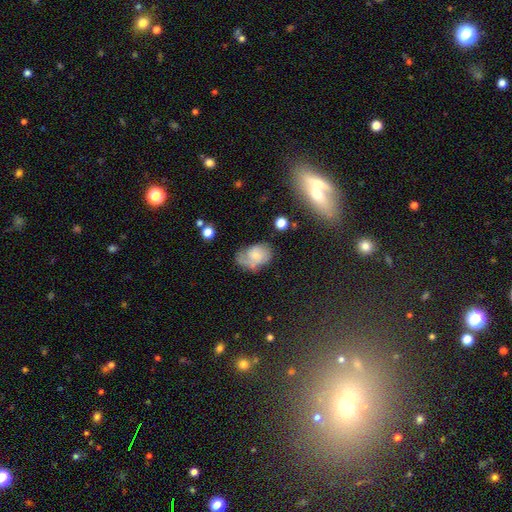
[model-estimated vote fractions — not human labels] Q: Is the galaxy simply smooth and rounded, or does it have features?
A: smooth — 50%.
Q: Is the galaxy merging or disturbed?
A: none — 39%.